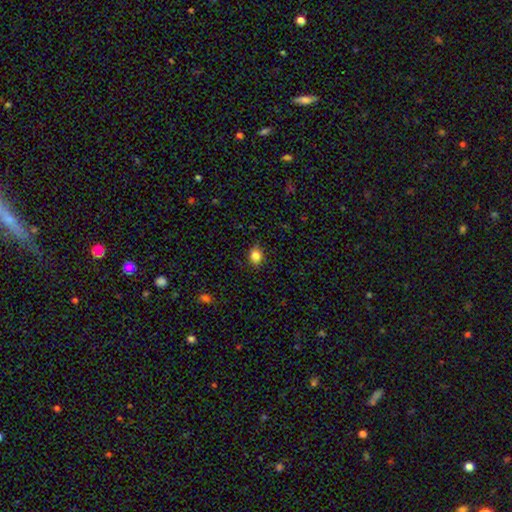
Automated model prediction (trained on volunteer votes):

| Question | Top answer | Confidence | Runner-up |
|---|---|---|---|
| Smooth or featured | smooth | 83% | star or artifact (11%) |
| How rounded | round | 56% | in between (43%) |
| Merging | none | 82% | minor disturbance (14%) |